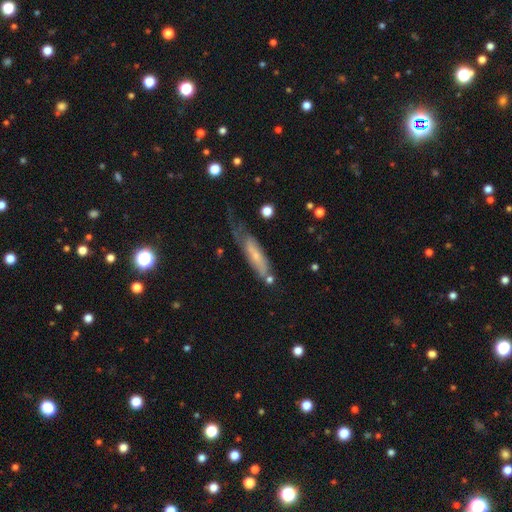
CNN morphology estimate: Smooth or featured? Predicted: featured or disk (p=0.51). Edge-on disk? Predicted: no (p=0.56). Merging? Predicted: none (p=0.40).